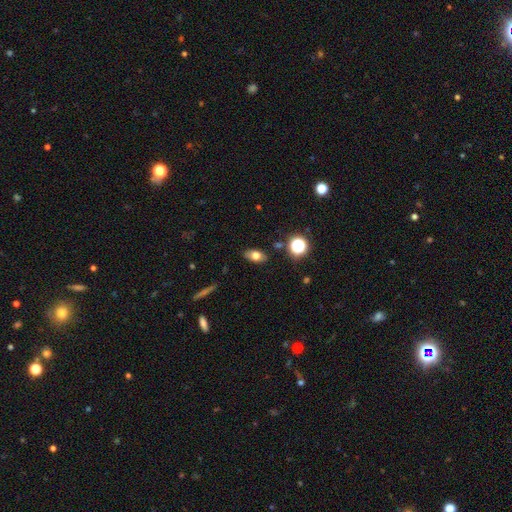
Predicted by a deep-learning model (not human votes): Smooth or featured? Predicted: smooth (p=0.70). How rounded? Predicted: in between (p=0.84). Merging? Predicted: none (p=0.85).